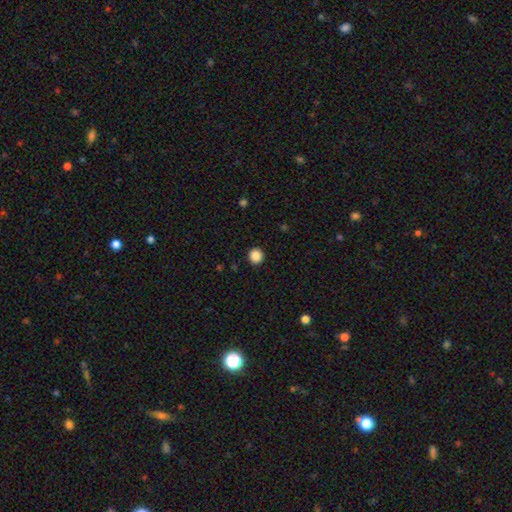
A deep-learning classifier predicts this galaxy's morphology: Smooth or featured?
  - smooth: 87% *
  - star or artifact: 10%
  - featured or disk: 2%
How rounded?
  - round: 94% *
  - in between: 5%
  - cigar-shaped: 1%
Merging?
  - none: 93% *
  - minor disturbance: 5%
  - major disturbance: 2%
  - merger: 1%